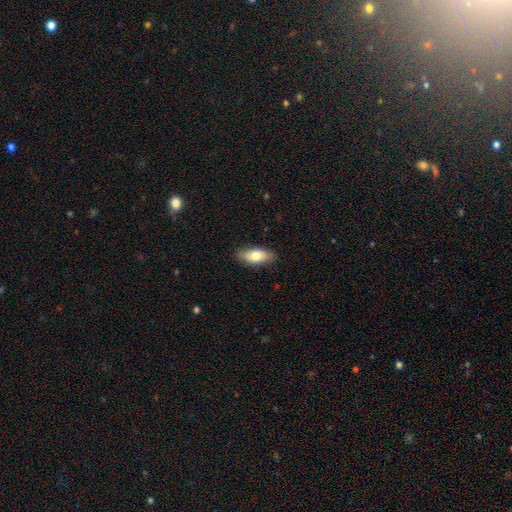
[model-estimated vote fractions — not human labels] The model was most divided on "smooth or featured": smooth: 75%, featured or disk: 19%, star or artifact: 6%. More confident: how rounded — in between (86%); merging — none (85%).